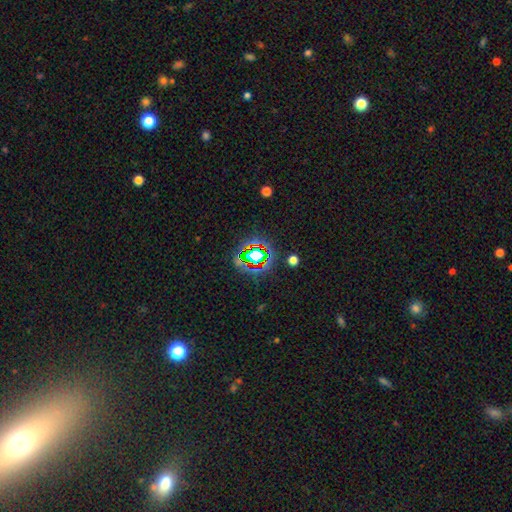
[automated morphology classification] Smooth or featured: star or artifact — 66% (smooth — 20%)